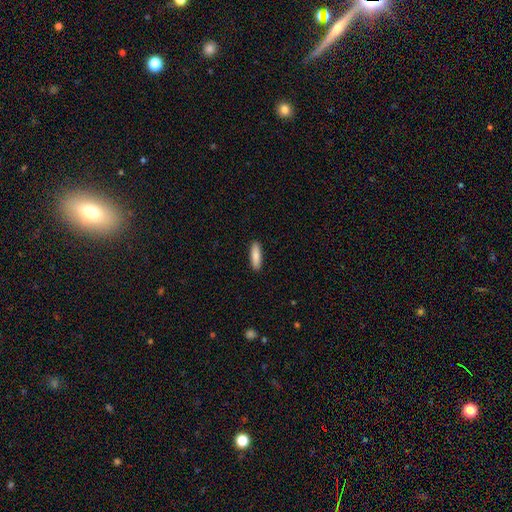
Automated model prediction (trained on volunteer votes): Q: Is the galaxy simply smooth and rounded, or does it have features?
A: smooth — 87%.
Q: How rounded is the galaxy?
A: cigar-shaped — 60%.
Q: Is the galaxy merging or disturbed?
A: none — 91%.